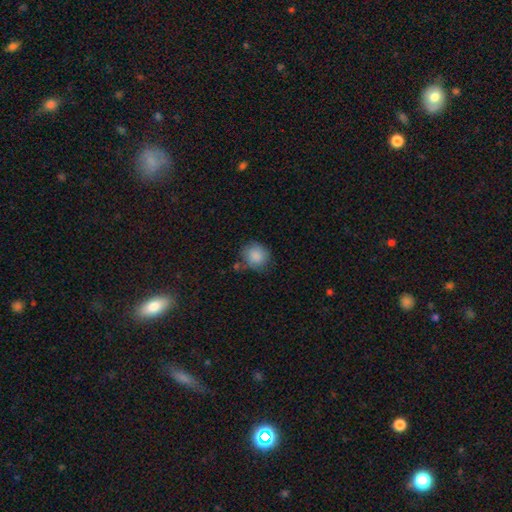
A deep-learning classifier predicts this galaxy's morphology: Overall: smooth (85%). How rounded: round (79%). Merging: none (69%).